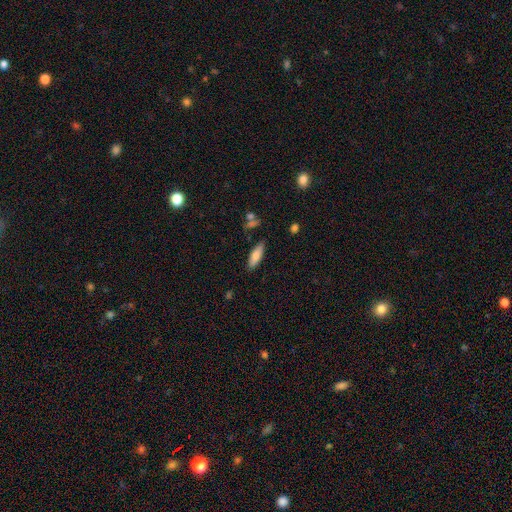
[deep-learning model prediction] smooth-or-featured: smooth: 77% | featured or disk: 16% | star or artifact: 6%
  how-rounded: in between: 53% | cigar-shaped: 45% | round: 2%
  merging: none: 84% | minor disturbance: 11% | merger: 3% | major disturbance: 2%